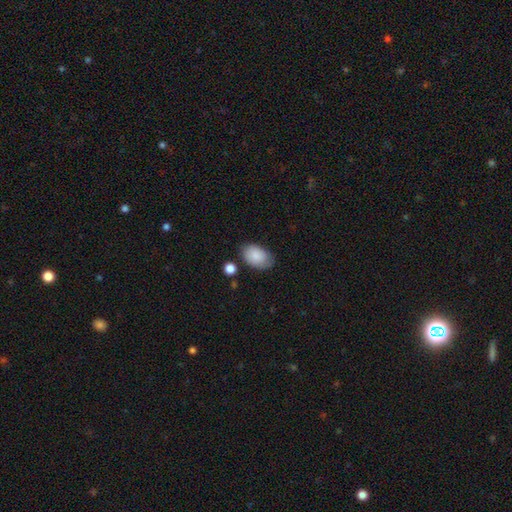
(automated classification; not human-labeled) This appears to be a smooth galaxy with no disk features (84%) that is in between round and cigar-shaped (89%). Merging: none (72%).